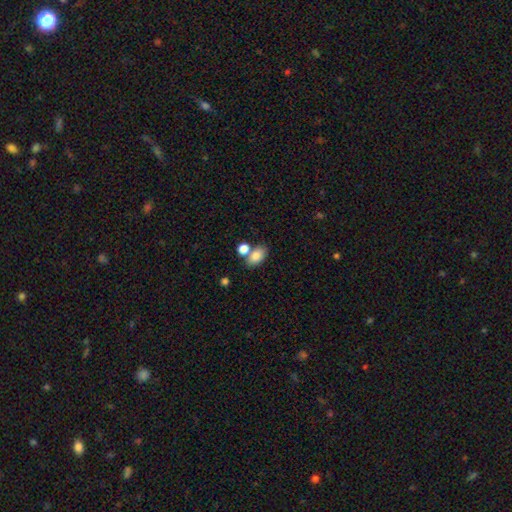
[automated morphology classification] This is clearly a smooth galaxy (83%). How rounded: clearly in between (85%). Merging: possibly none (57%).